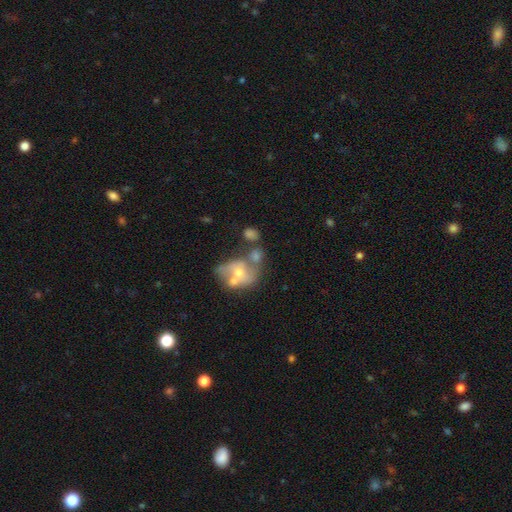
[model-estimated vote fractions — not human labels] A featured or disk galaxy (65%) with no bar (57%), spiral arms (71%) and a small central bulge (47%). Merging: merger (37%).